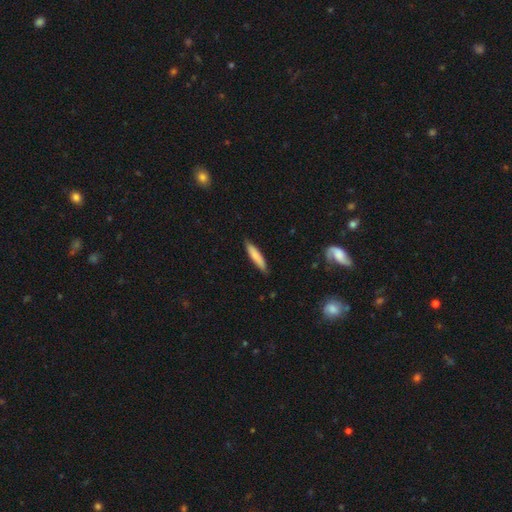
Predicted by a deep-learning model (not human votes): smooth 79%, featured or disk 15%, star or artifact 6%. Down the decision tree: how rounded — cigar-shaped (86%); merging — none (85%).